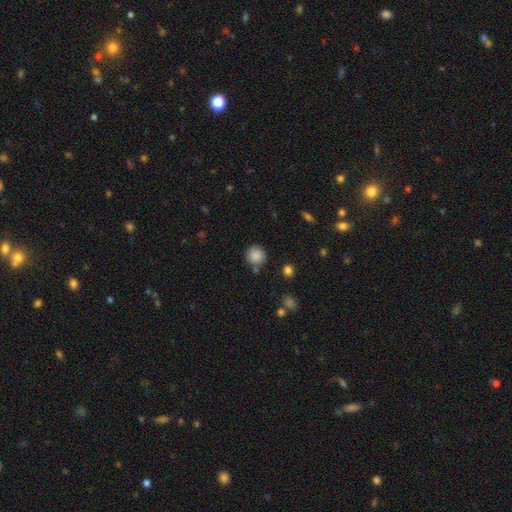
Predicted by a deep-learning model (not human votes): A smooth galaxy with no disk features (87%) that is round (93%). Merging: none (81%).